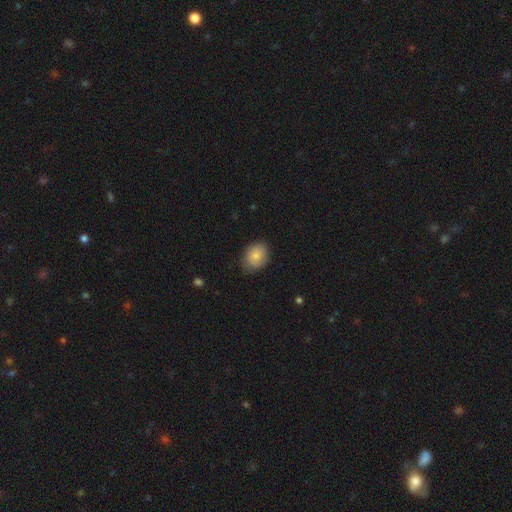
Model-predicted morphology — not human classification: Overall: smooth (82%). How rounded: in between (53%; round 46%). Merging: none (78%).